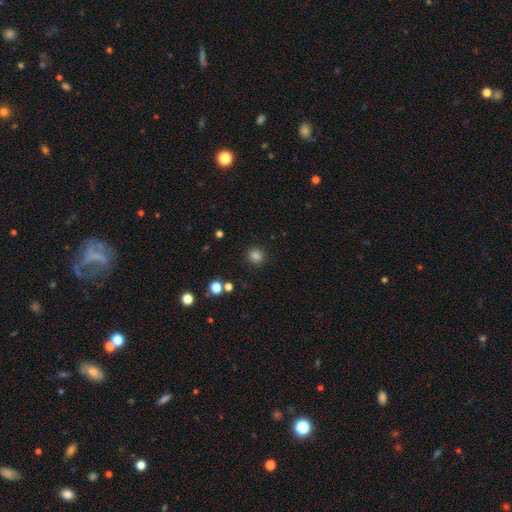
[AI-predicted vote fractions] Smooth or featured?
  - smooth: 83% *
  - star or artifact: 13%
  - featured or disk: 4%
How rounded?
  - round: 84% *
  - in between: 15%
  - cigar-shaped: 1%
Merging?
  - none: 90% *
  - minor disturbance: 6%
  - major disturbance: 2%
  - merger: 2%